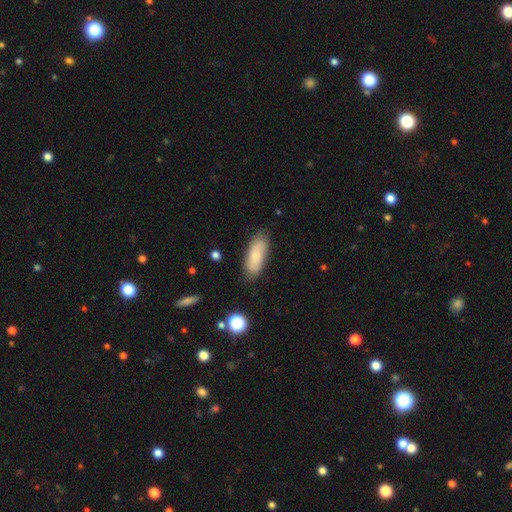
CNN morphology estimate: Smooth or featured?
  - smooth: 74% *
  - featured or disk: 19%
  - star or artifact: 7%
How rounded?
  - in between: 78% *
  - cigar-shaped: 20%
  - round: 2%
Merging?
  - none: 79% *
  - minor disturbance: 16%
  - major disturbance: 3%
  - merger: 2%